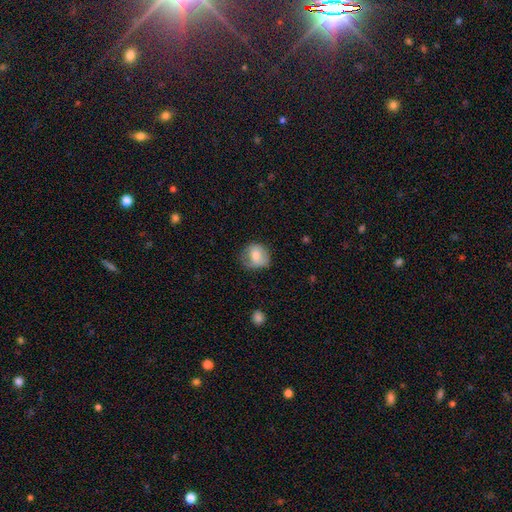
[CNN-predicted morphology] Overall: smooth (69%). How rounded: round (71%). Merging: none (56%; minor disturbance 29%).